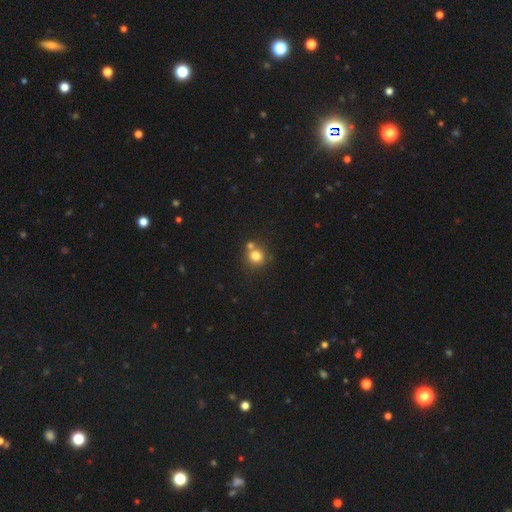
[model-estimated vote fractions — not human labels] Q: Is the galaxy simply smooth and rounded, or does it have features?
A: smooth — 78%.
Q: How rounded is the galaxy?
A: round — 89%.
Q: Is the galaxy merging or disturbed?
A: none — 60%.